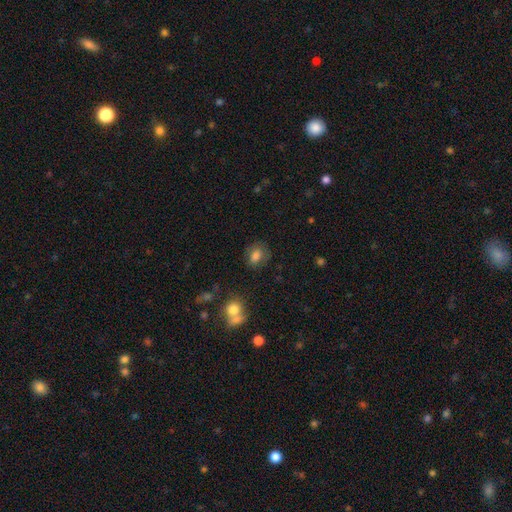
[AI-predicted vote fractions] Smooth or featured: smooth — 79% (featured or disk — 11%)
How rounded: in between — 57% (round — 42%)
Merging: none — 73% (minor disturbance — 18%)